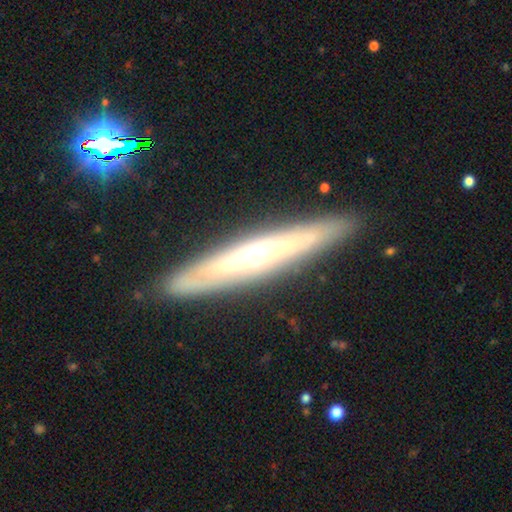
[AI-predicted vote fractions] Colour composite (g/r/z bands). It shows a featured or disk galaxy (70%) viewed edge-on (83%) with a rounded central bulge (68%). Merging: none (88%).